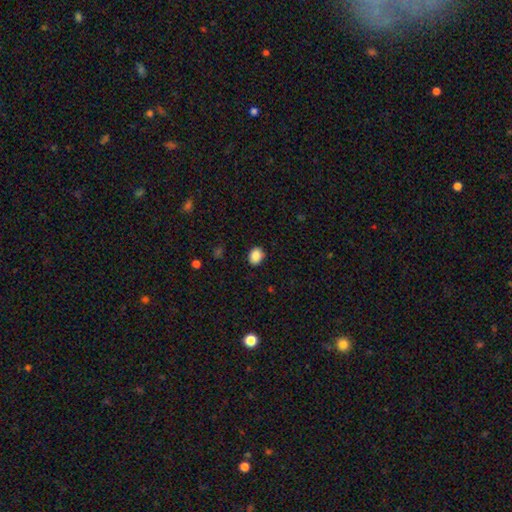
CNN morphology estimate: The model was most divided on "how rounded": in between: 56%, round: 43%, cigar-shaped: 1%. More confident: smooth or featured — smooth (88%); merging — none (86%).